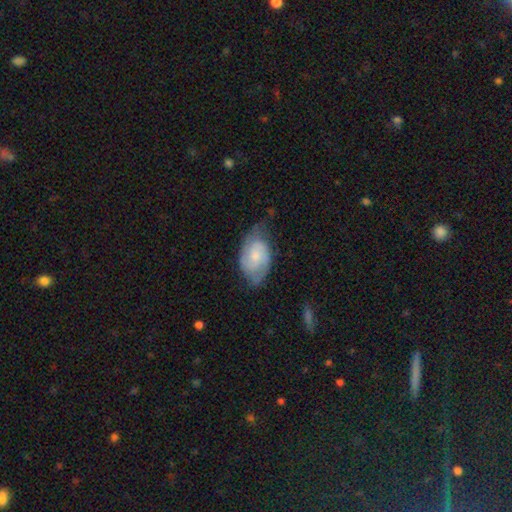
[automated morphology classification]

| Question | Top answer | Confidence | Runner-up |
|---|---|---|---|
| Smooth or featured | featured or disk | 65% | smooth (29%) |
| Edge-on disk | no | 96% | yes (4%) |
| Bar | no | 59% | weak (36%) |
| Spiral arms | yes | 91% | no (9%) |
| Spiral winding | medium | 43% | tied: tight (43%) |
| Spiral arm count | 2 | 69% | can't tell (18%) |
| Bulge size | small | 49% | moderate (37%) |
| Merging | none | 57% | minor disturbance (31%) |